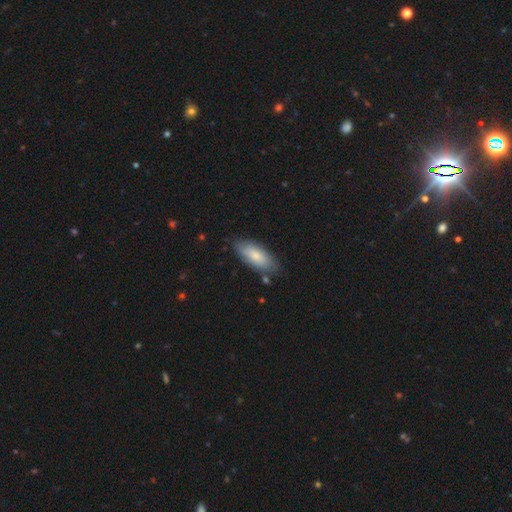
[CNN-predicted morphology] Smooth or featured?
  - smooth: 76% *
  - featured or disk: 18%
  - star or artifact: 6%
How rounded?
  - in between: 83% *
  - cigar-shaped: 15%
  - round: 2%
Merging?
  - none: 77% *
  - minor disturbance: 17%
  - major disturbance: 3%
  - merger: 3%